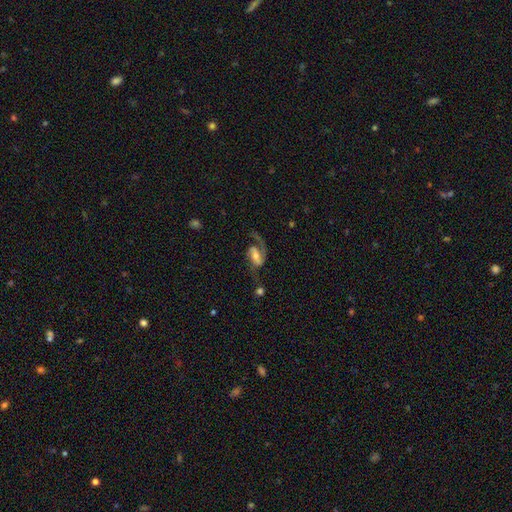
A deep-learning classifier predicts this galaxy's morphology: Smooth or featured?
  - featured or disk: 83% *
  - smooth: 11%
  - star or artifact: 6%
Edge-on disk?
  - no: 97% *
  - yes: 3%
Bar?
  - weak: 45% *
  - strong: 30%
  - no: 26%
Spiral arms?
  - yes: 95% *
  - no: 5%
Spiral winding?
  - loose: 49% *
  - medium: 40%
  - tight: 11%
Spiral arm count?
  - 2: 73% *
  - 1: 21%
  - can't tell: 3%
  - 3: 1%
  - 4: 1%
  - more than 4: 1%
Bulge size?
  - moderate: 56% *
  - small: 31%
  - large: 8%
  - none: 3%
  - dominant: 1%
Merging?
  - none: 52% *
  - major disturbance: 26%
  - minor disturbance: 17%
  - merger: 5%